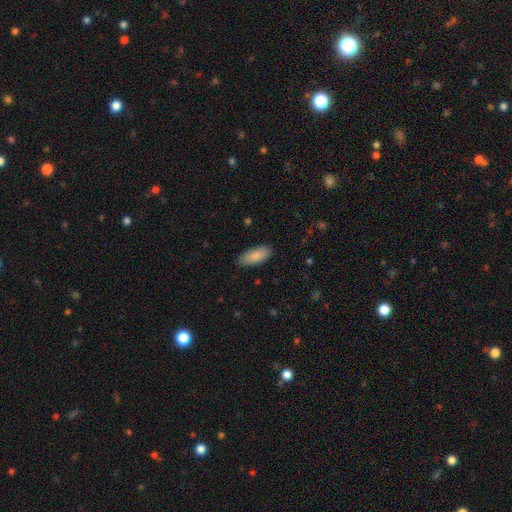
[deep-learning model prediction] Smooth or featured?
  - smooth: 87% *
  - featured or disk: 7%
  - star or artifact: 6%
How rounded?
  - in between: 85% *
  - cigar-shaped: 13%
  - round: 2%
Merging?
  - none: 85% *
  - minor disturbance: 11%
  - major disturbance: 2%
  - merger: 1%